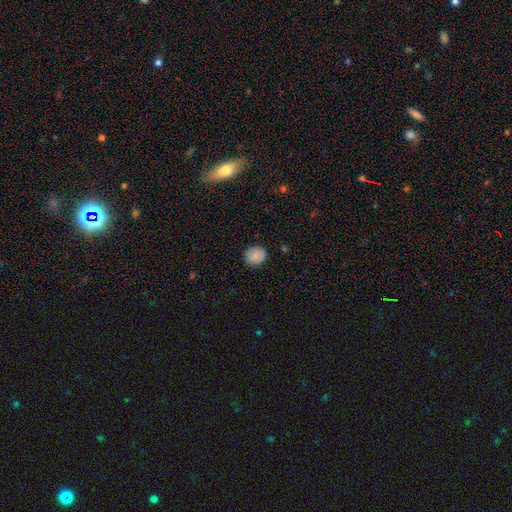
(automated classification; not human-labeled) Smooth or featured? Predicted: smooth (p=0.83). How rounded? Predicted: round (p=0.75). Merging? Predicted: none (p=0.85).